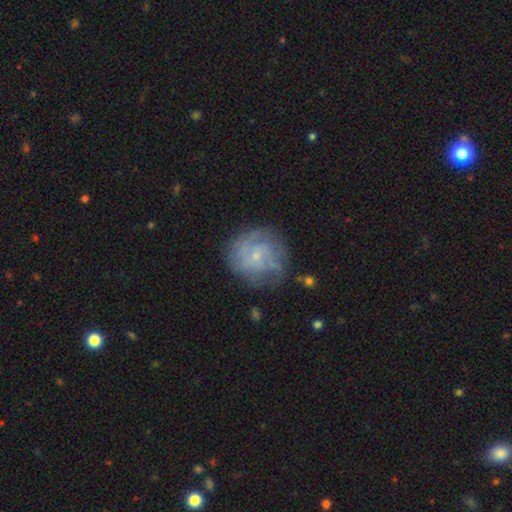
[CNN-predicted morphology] Q: Smooth or featured?
A: featured or disk (70%); runner-up: smooth (22%)
Q: Edge-on disk?
A: no (98%); runner-up: yes (2%)
Q: Bar?
A: no (72%); runner-up: weak (24%)
Q: Spiral arms?
A: yes (88%); runner-up: no (12%)
Q: Spiral winding?
A: tight (57%); runner-up: medium (32%)
Q: Spiral arm count?
A: can't tell (39%); runner-up: 2 (21%)
Q: Bulge size?
A: small (79%); runner-up: moderate (13%)
Q: Merging?
A: none (71%); runner-up: minor disturbance (18%)